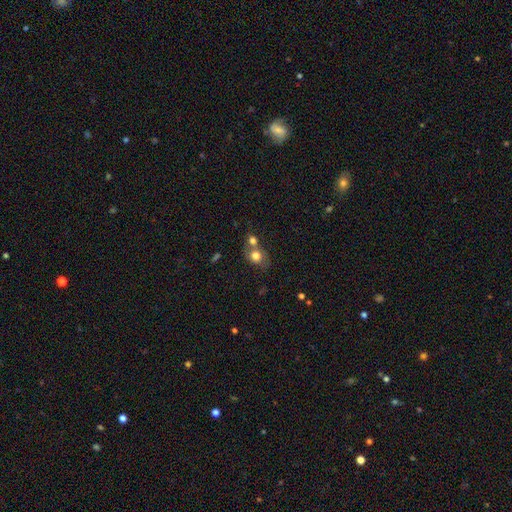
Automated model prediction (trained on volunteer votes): Smooth or featured? smooth (75%)
How rounded? round (60%)
Merging? merger (43%)